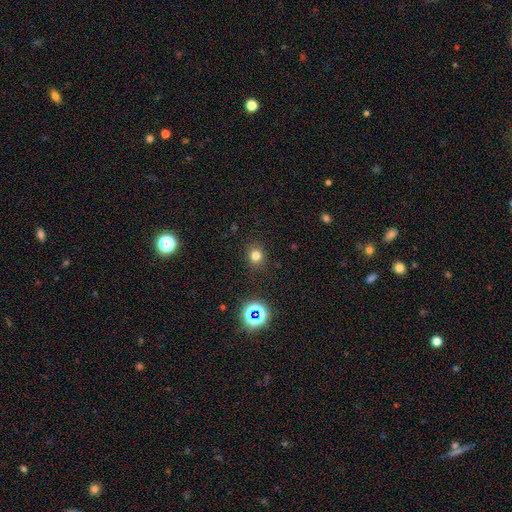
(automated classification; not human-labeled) Q: Smooth or featured?
A: smooth (74%); runner-up: star or artifact (20%)
Q: How rounded?
A: round (84%); runner-up: in between (15%)
Q: Merging?
A: none (88%); runner-up: minor disturbance (8%)